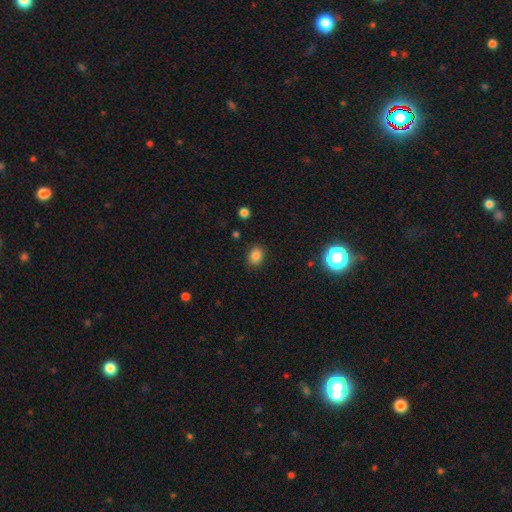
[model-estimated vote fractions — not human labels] smooth 83%, star or artifact 12%, featured or disk 5%. Down the decision tree: how rounded — in between (55%); merging — none (87%).